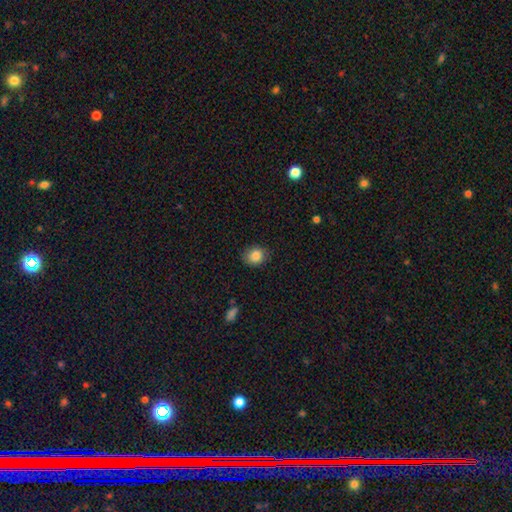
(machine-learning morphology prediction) This appears to be a smooth galaxy with no disk features (86%) that is round (62%). Merging: none (82%).